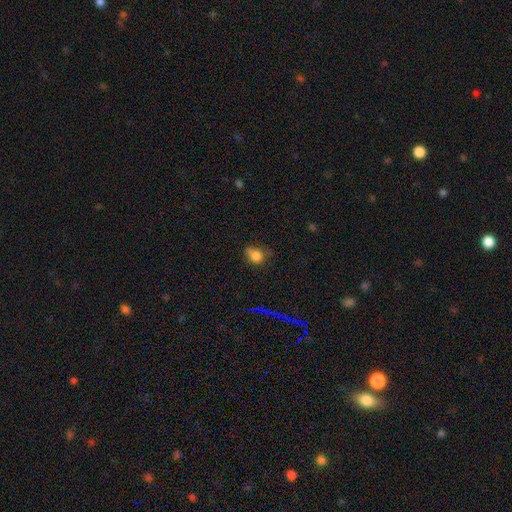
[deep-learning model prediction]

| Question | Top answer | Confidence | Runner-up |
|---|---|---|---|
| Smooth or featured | smooth | 78% | star or artifact (12%) |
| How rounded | round | 57% | in between (41%) |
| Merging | none | 41% | minor disturbance (33%) |